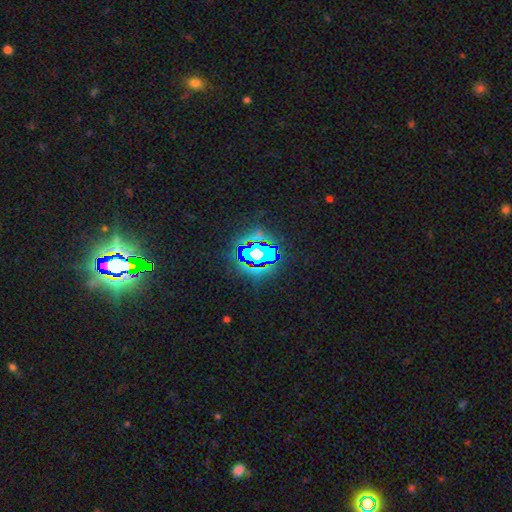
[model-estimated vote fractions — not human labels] A star or artifact, not a galaxy (76%).